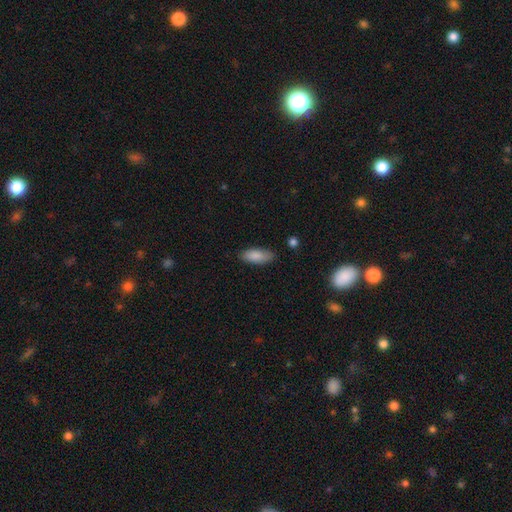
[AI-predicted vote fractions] Overall: smooth (86%). How rounded: in between (80%). Merging: none (81%).